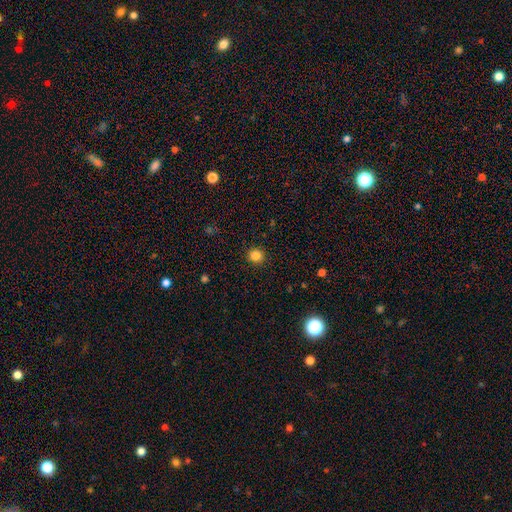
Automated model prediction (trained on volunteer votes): Q: Smooth or featured?
A: smooth (84%); runner-up: star or artifact (12%)
Q: How rounded?
A: round (92%); runner-up: in between (7%)
Q: Merging?
A: none (92%); runner-up: minor disturbance (5%)